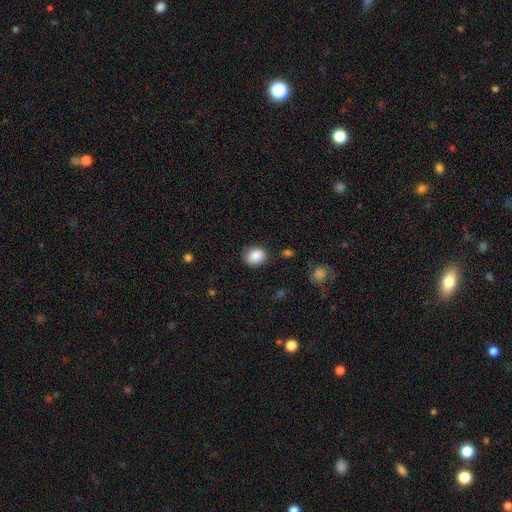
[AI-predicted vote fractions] A smooth galaxy with no disk features (87%) that is round (54%).

Vote fractions:
- Smooth or featured? smooth: 87% / star or artifact: 8% / featured or disk: 5%
- How rounded? round: 54% / in between: 45% / cigar-shaped: 1%
- Merging? none: 80% / minor disturbance: 14% / major disturbance: 3% / merger: 2%